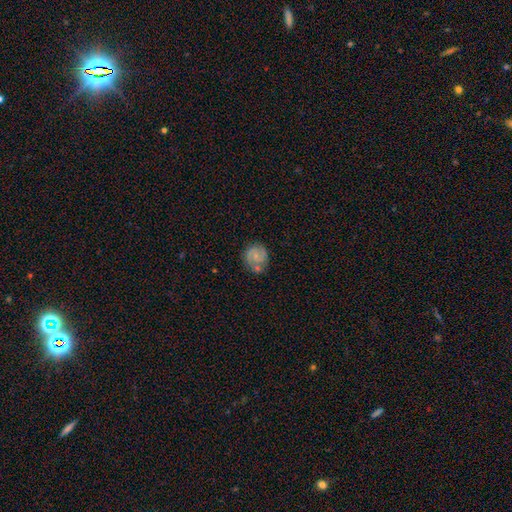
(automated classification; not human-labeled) Morphology: type=featured or disk (63%); edge-on=no (98%); bar=no (62%); spiral arms=yes (90%); winding=tight (46%); arm count=2 (77%); bulge=small (63%); merging=none (67%).